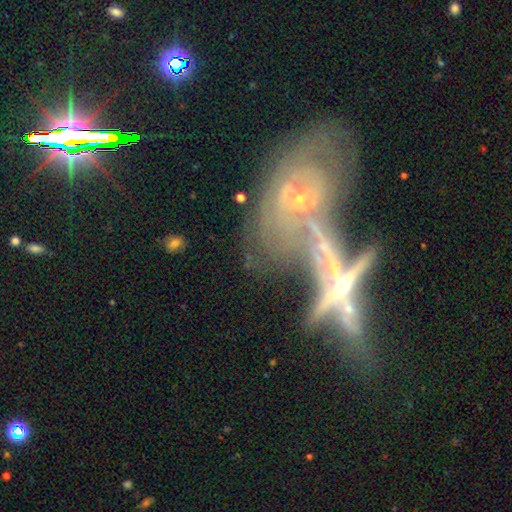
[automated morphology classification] smooth-or-featured: featured or disk: 64% | star or artifact: 24% | smooth: 12%
  disk-edge-on: no: 54% | yes: 46%
  merging: merger: 43% | none: 31% | minor disturbance: 14% | major disturbance: 12%